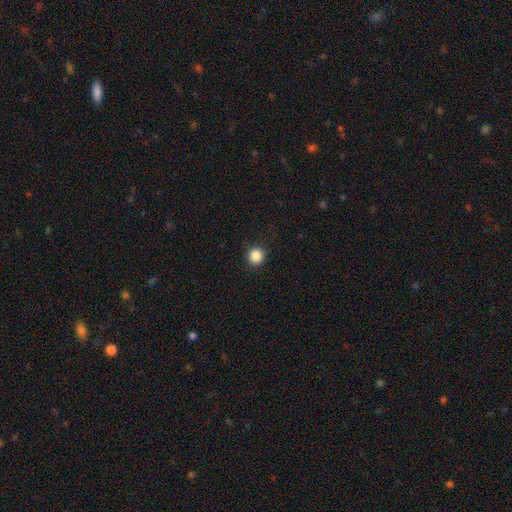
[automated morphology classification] Smooth or featured? Predicted: smooth (p=0.87). How rounded? Predicted: round (p=0.92). Merging? Predicted: none (p=0.90).